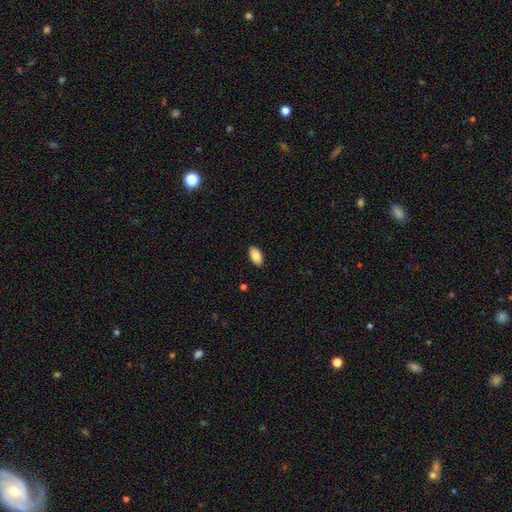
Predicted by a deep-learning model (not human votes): The model was most divided on "merging": none: 89%, minor disturbance: 8%, major disturbance: 2%, merger: 1%. More confident: how rounded — in between (95%); smooth or featured — smooth (88%).